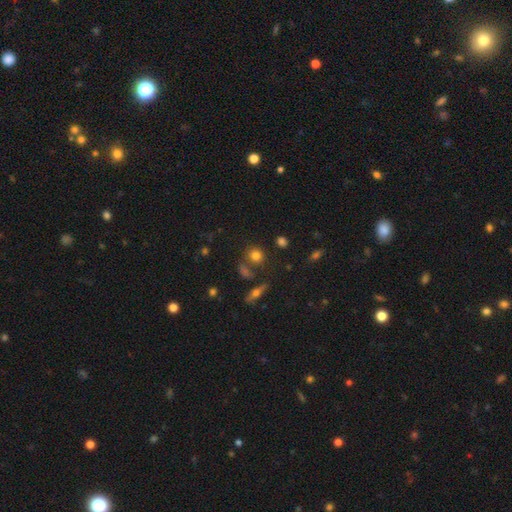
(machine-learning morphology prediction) Smooth or featured: smooth — 78% (star or artifact — 12%)
How rounded: round — 79% (in between — 19%)
Merging: none — 70% (merger — 14%)